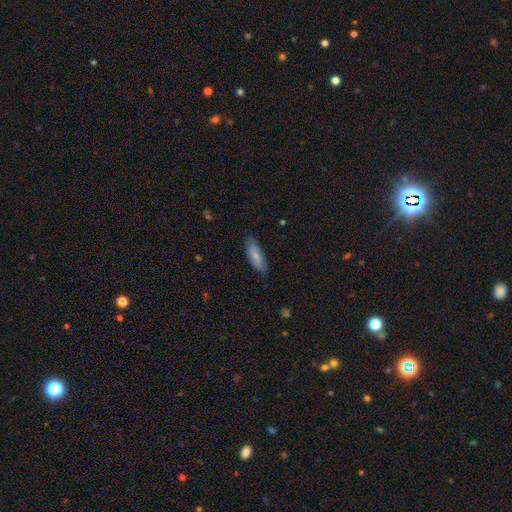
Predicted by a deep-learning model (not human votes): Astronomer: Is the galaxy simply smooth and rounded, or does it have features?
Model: smooth — 77%.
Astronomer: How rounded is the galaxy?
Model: in between — 61% (runner-up: cigar-shaped, 37%).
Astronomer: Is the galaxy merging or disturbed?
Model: none — 79%.